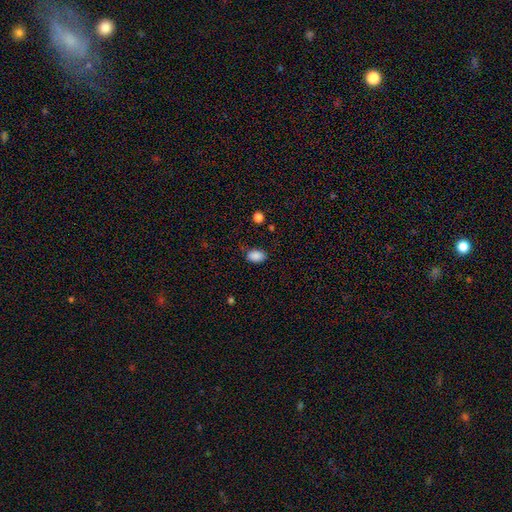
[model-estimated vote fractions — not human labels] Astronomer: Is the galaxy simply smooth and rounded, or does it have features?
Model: smooth — 88%.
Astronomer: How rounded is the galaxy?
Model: in between — 84%.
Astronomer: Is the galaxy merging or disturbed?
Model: none — 77%.